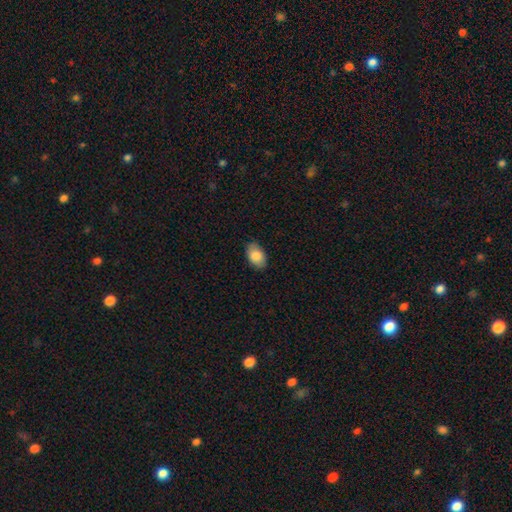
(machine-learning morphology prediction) Q: Smooth or featured?
A: smooth (86%); runner-up: featured or disk (8%)
Q: How rounded?
A: in between (91%); runner-up: round (8%)
Q: Merging?
A: none (84%); runner-up: minor disturbance (12%)